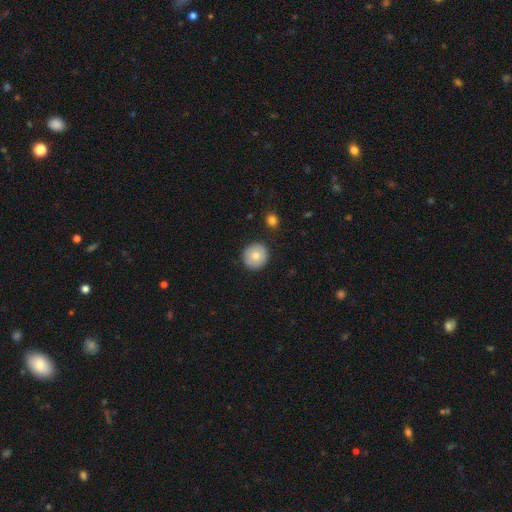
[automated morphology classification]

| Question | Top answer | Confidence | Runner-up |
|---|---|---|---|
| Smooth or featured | smooth | 75% | featured or disk (17%) |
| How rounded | round | 92% | in between (7%) |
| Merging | none | 89% | minor disturbance (8%) |